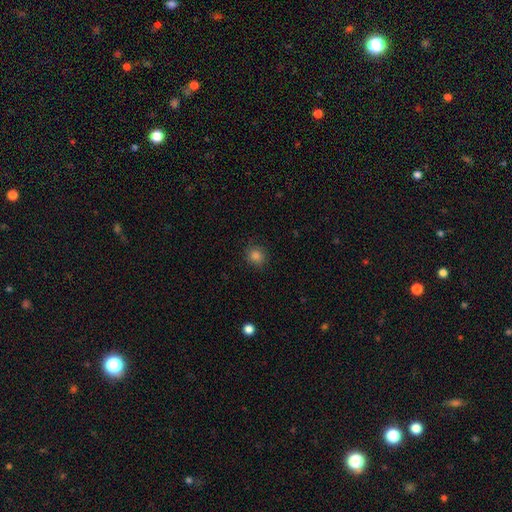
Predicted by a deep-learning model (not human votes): Morphology: type=smooth (83%); roundness=round (84%); merging=none (86%).